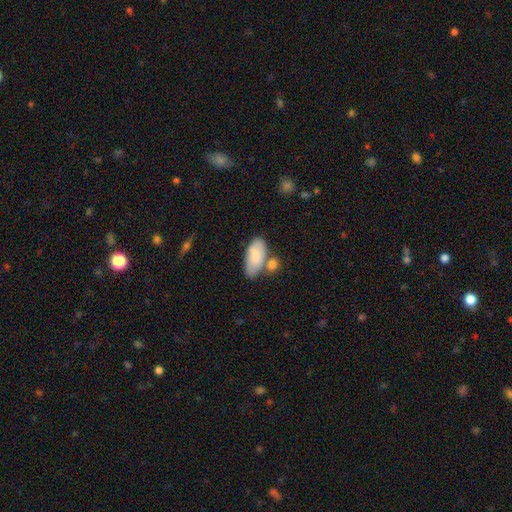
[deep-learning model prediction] Morphology: type=smooth (80%); roundness=in between (93%); merging=none (45%).